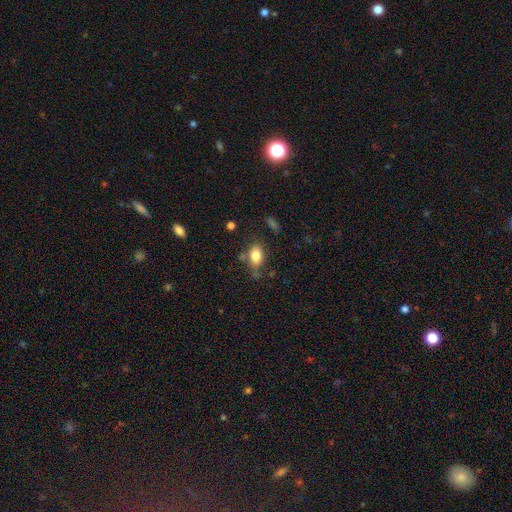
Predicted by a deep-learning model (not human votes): This appears to be a smooth galaxy with no disk features (81%) that is in between round and cigar-shaped (84%). Merging: none (70%).